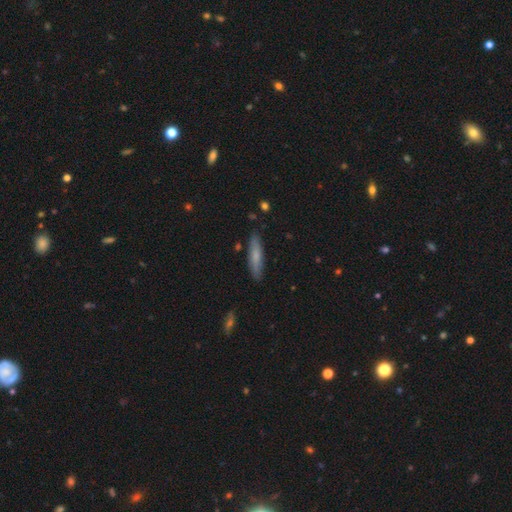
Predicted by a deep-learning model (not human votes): Morphology: type=smooth (71%); roundness=cigar-shaped (82%); merging=none (85%).